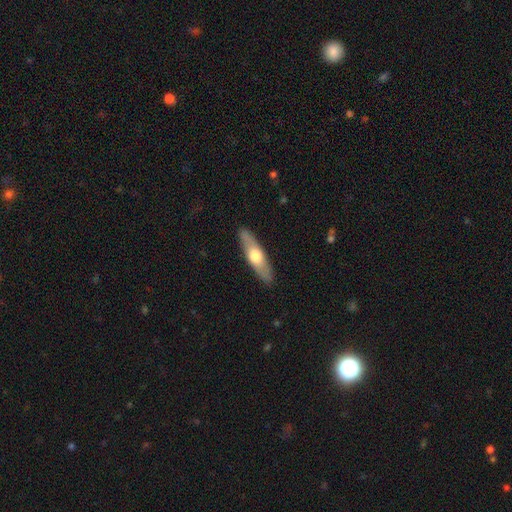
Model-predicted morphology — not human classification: smooth_or_featured: smooth (p=0.49) [alt: featured or disk p=0.47]
merging: none (p=0.90) [alt: minor disturbance p=0.07]